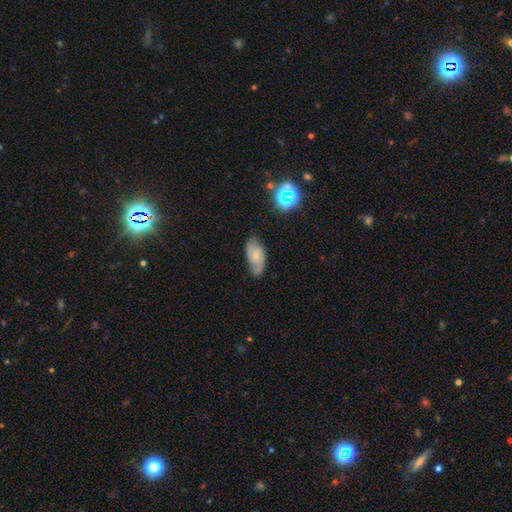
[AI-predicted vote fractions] Morphology: type=featured or disk (50%); edge-on=no (93%); merging=none (73%).